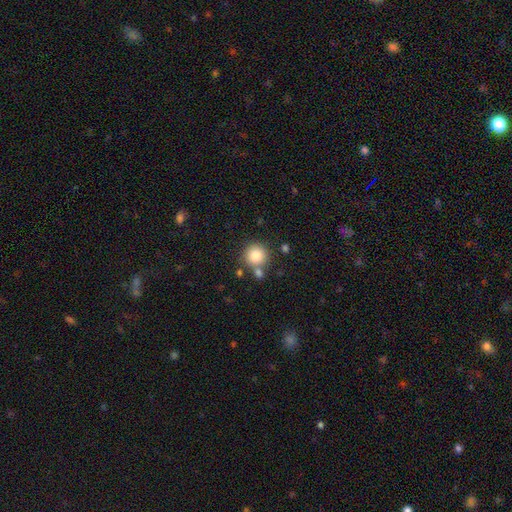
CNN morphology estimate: smooth-or-featured: smooth: 82% | star or artifact: 10% | featured or disk: 8%
  how-rounded: round: 93% | in between: 6% | cigar-shaped: 1%
  merging: none: 71% | merger: 16% | minor disturbance: 10% | major disturbance: 3%